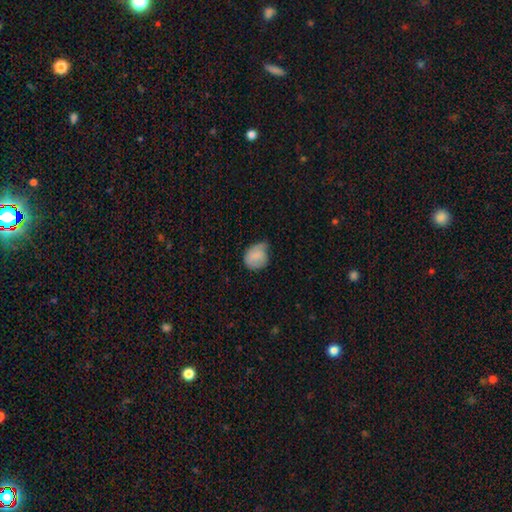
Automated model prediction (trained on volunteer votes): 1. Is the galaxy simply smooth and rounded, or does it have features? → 80% smooth, 13% featured or disk, 7% star or artifact.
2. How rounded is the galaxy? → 62% round, 37% in between, 1% cigar-shaped.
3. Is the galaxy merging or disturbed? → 46% minor disturbance, 39% none, 13% major disturbance, 2% merger.